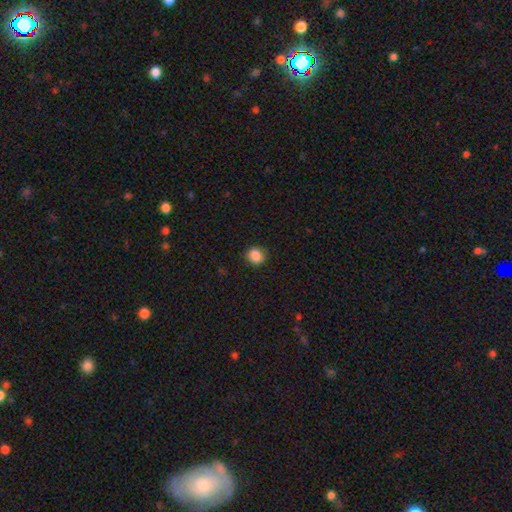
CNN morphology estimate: Q: Smooth or featured?
A: smooth (87%); runner-up: star or artifact (9%)
Q: How rounded?
A: round (76%); runner-up: in between (23%)
Q: Merging?
A: none (85%); runner-up: minor disturbance (11%)